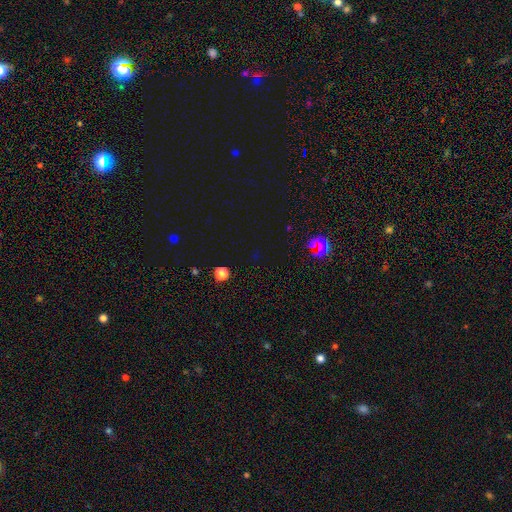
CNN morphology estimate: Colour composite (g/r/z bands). It shows a star or artifact, not a galaxy (70%).